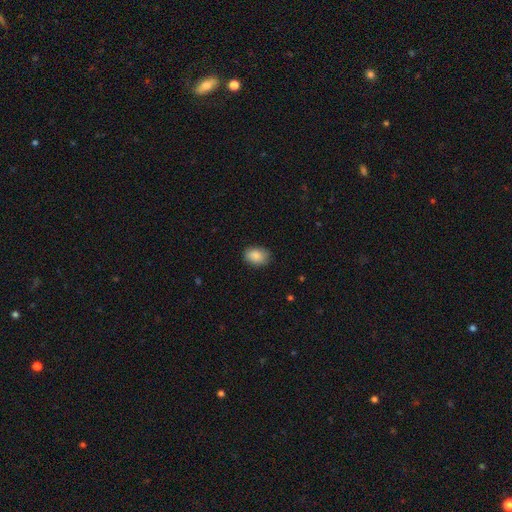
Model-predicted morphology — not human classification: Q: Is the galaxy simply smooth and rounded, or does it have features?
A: smooth — 88%.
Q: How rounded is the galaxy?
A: in between — 74%.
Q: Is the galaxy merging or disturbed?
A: none — 81%.